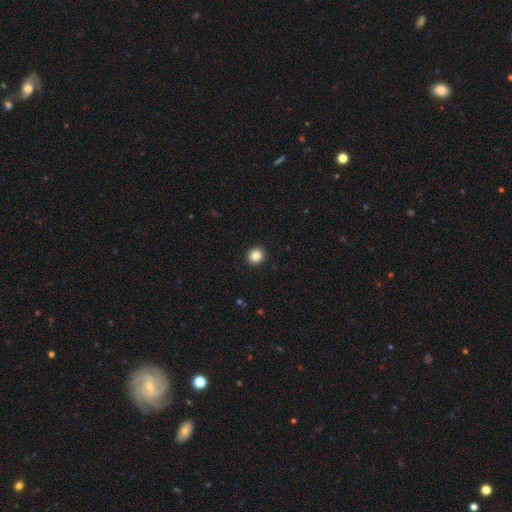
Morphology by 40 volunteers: Smooth or featured: smooth — 92% (star or artifact — 5%)
How rounded: round — 86% (in between — 14%)
Merging: none — 92% (minor disturbance — 5%)